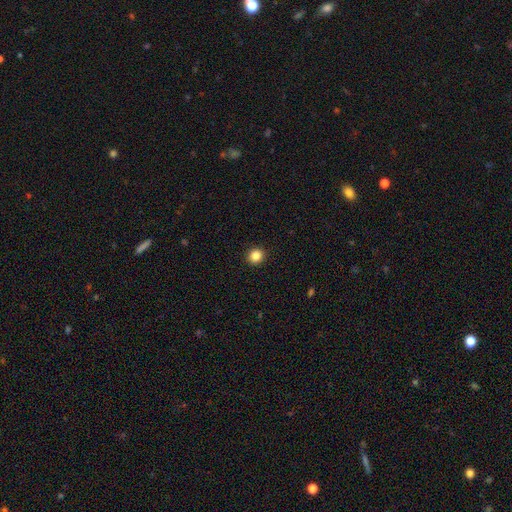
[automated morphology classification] Smooth or featured? smooth (85%)
How rounded? round (88%)
Merging? none (93%)